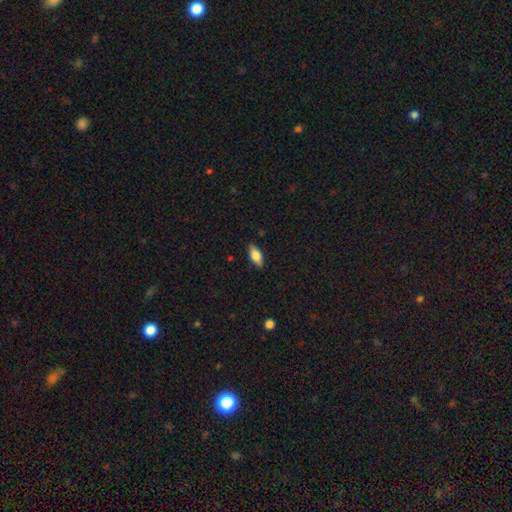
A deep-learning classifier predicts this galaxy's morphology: Smooth or featured?
  - smooth: 72% *
  - featured or disk: 21%
  - star or artifact: 7%
How rounded?
  - in between: 83% *
  - cigar-shaped: 14%
  - round: 3%
Merging?
  - none: 86% *
  - minor disturbance: 11%
  - major disturbance: 2%
  - merger: 1%